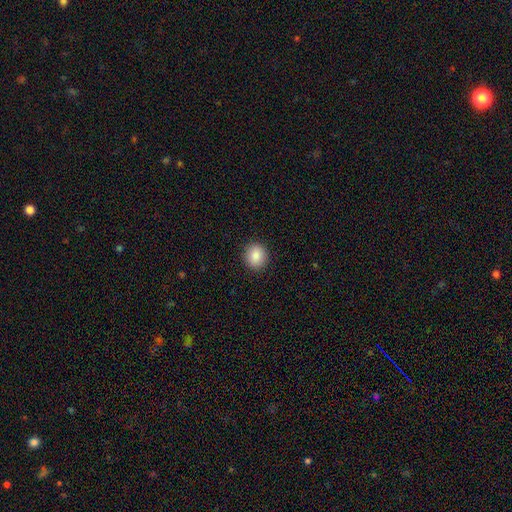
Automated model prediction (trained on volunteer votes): Smooth or featured? smooth (87%)
How rounded? round (81%)
Merging? none (91%)